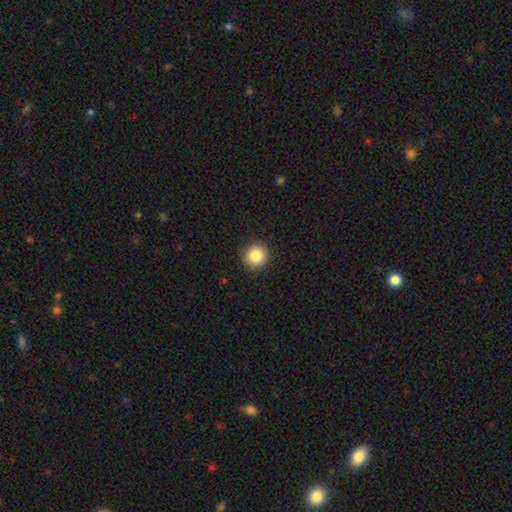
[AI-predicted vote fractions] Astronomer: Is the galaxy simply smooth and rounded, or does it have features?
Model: smooth — 86%.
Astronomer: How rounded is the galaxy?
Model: round — 92%.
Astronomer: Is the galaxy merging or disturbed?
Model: none — 92%.